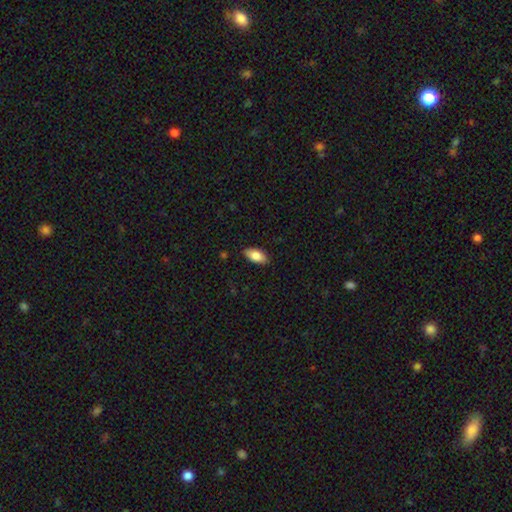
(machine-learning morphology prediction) type=smooth (83%); roundness=in between (90%); merging=none (87%).